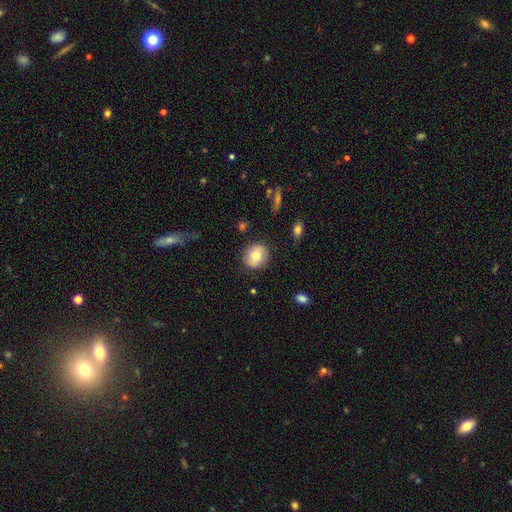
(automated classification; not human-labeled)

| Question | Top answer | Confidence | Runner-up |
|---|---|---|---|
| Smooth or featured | smooth | 75% | featured or disk (17%) |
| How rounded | round | 82% | in between (17%) |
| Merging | none | 86% | minor disturbance (10%) |